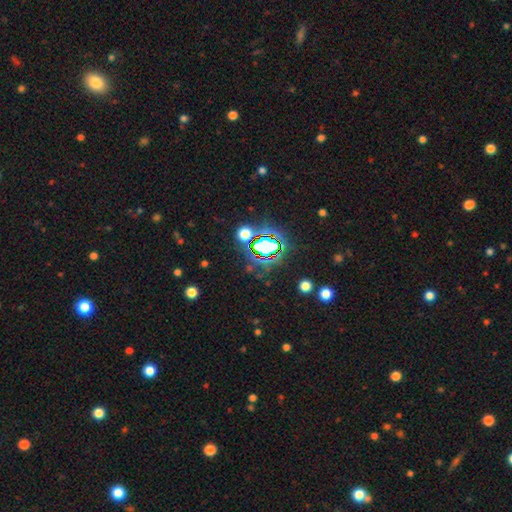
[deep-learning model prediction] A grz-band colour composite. It shows a star or artifact, not a galaxy (81%).